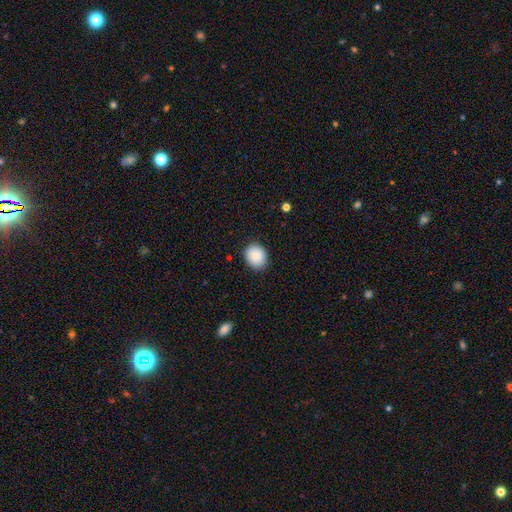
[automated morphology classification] smooth 87%, star or artifact 8%, featured or disk 5%. Down the decision tree: how rounded — round (60%); merging — none (87%).